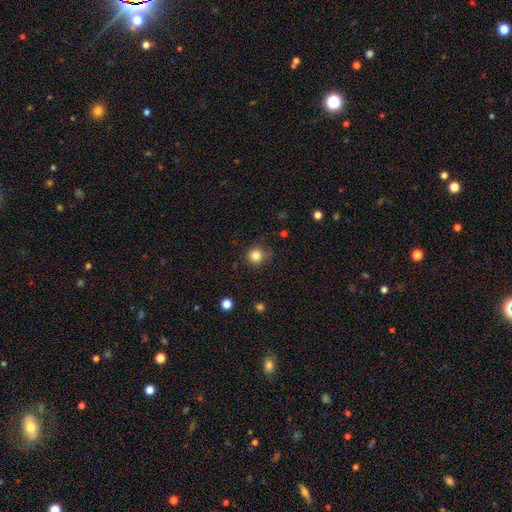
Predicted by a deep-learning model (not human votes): Q: Smooth or featured?
A: smooth (82%); runner-up: star or artifact (12%)
Q: How rounded?
A: round (91%); runner-up: in between (8%)
Q: Merging?
A: none (74%); runner-up: minor disturbance (19%)